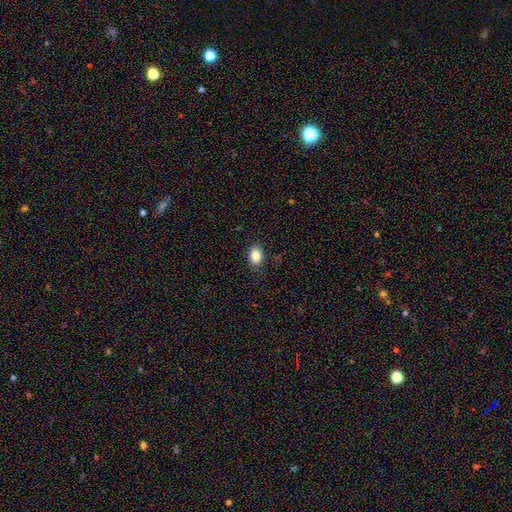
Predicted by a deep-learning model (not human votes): This appears to be a smooth galaxy with no disk features (87%) that is in between round and cigar-shaped (82%). Merging: none (86%).